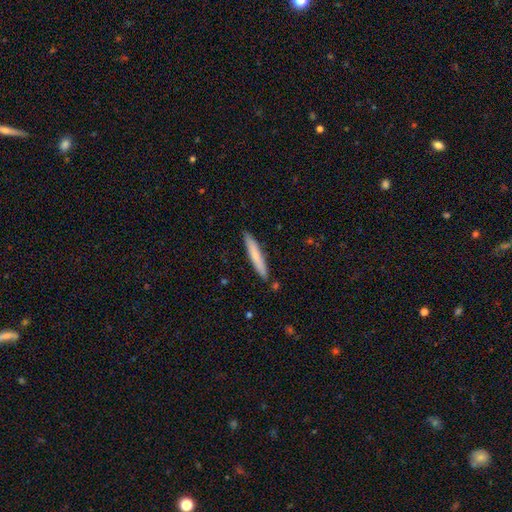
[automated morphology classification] Overall: smooth (72%). How rounded: cigar-shaped (94%). Merging: none (88%).